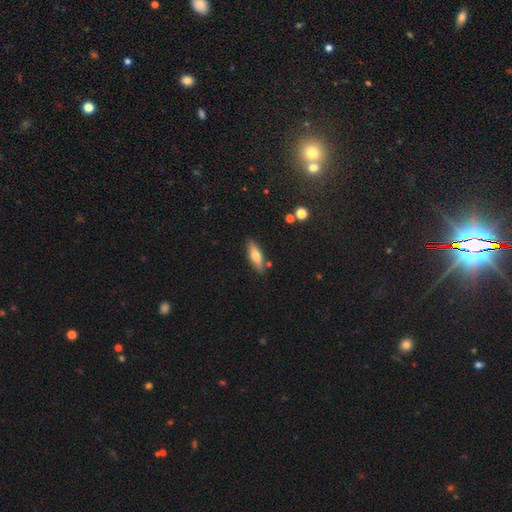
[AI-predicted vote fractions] Smooth or featured? smooth (61%)
How rounded? cigar-shaped (52%)
Merging? none (83%)